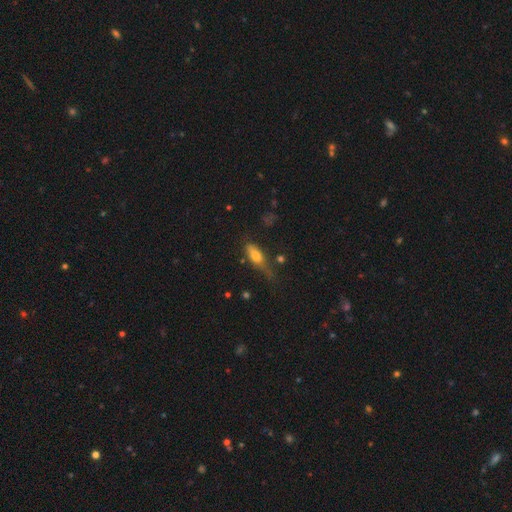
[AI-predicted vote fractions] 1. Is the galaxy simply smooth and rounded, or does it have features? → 69% smooth, 22% featured or disk, 9% star or artifact.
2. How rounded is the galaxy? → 70% in between, 25% cigar-shaped, 5% round.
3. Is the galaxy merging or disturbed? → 41% none, 33% minor disturbance, 20% major disturbance, 6% merger.